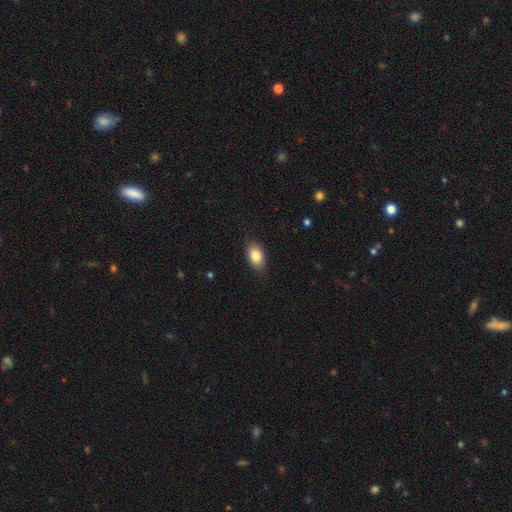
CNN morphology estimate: This is clearly a smooth galaxy (83%). How rounded: clearly in between (88%). Merging: clearly none (86%).